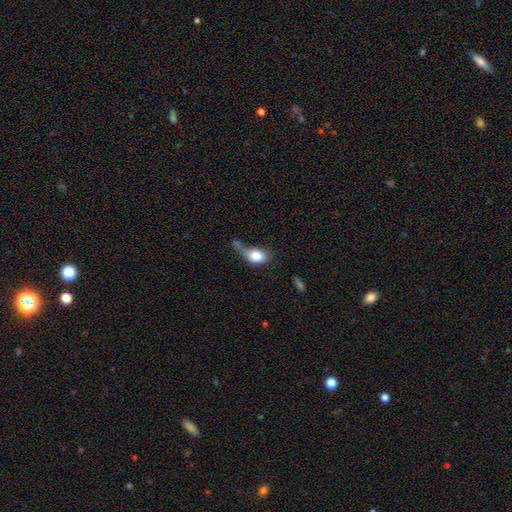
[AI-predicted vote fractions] smooth 76%, featured or disk 16%, star or artifact 8%. Down the decision tree: how rounded — in between (62%); merging — major disturbance (39%).